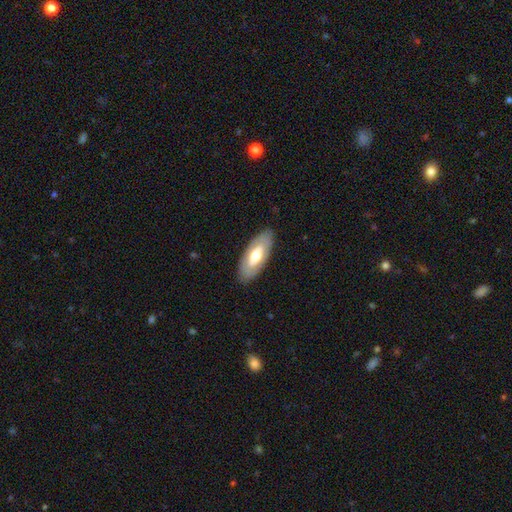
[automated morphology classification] Q: Smooth or featured?
A: smooth (49%); runner-up: featured or disk (46%)
Q: Merging?
A: none (85%); runner-up: minor disturbance (11%)